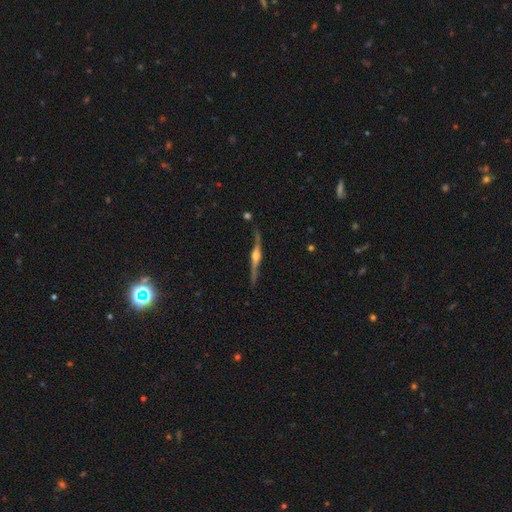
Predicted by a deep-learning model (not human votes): Morphology: type=featured or disk (84%); edge-on=yes (97%); edge-on bulge=rounded (88%); merging=none (79%).